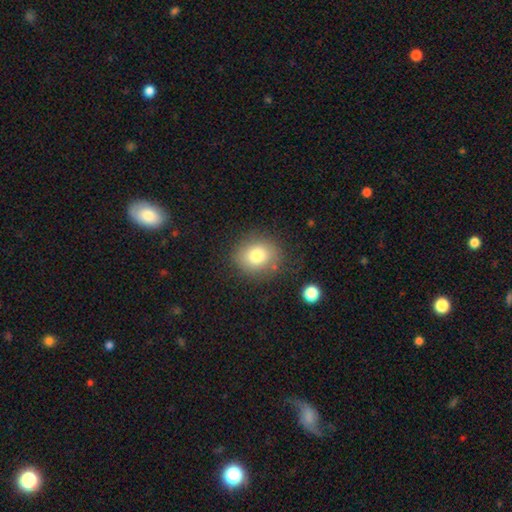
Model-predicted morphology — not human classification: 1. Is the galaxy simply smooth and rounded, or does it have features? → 79% smooth, 10% star or artifact, 10% featured or disk.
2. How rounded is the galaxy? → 71% round, 28% in between, 1% cigar-shaped.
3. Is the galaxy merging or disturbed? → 80% none, 13% minor disturbance, 5% major disturbance, 3% merger.